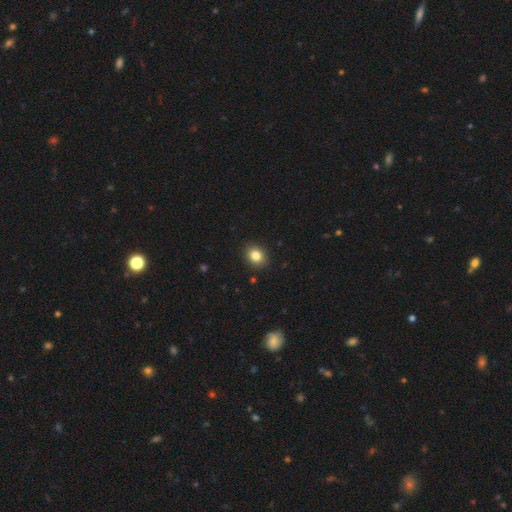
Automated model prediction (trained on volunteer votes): A smooth galaxy with no disk features (83%) that is round (58%). Merging: none (90%).